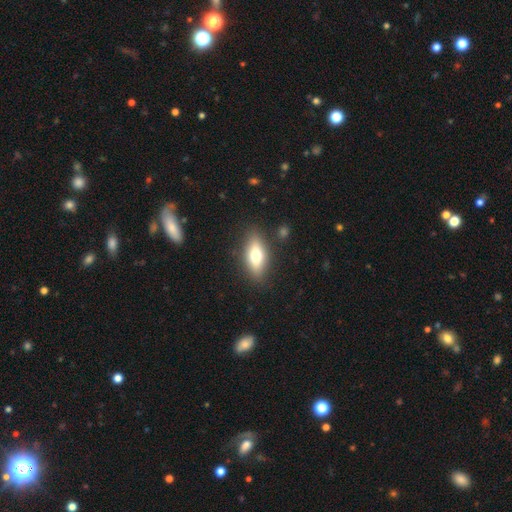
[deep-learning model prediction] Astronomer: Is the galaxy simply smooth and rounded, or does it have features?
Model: smooth — 65%.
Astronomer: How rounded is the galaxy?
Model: in between — 74%.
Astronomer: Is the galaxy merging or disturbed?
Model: none — 84%.